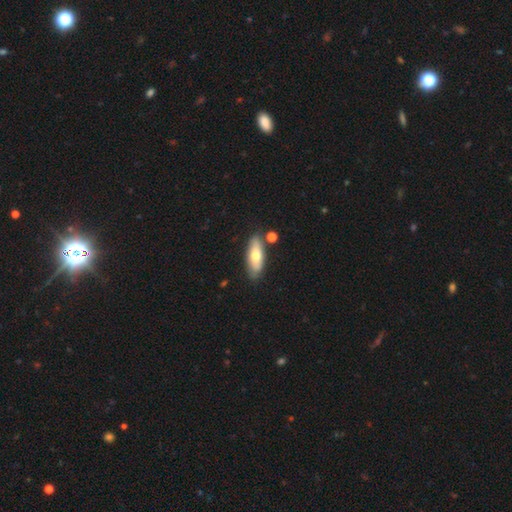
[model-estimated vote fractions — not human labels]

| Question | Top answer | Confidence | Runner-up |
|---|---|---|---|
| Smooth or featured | smooth | 62% | featured or disk (32%) |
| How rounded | in between | 70% | cigar-shaped (28%) |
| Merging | none | 77% | minor disturbance (14%) |